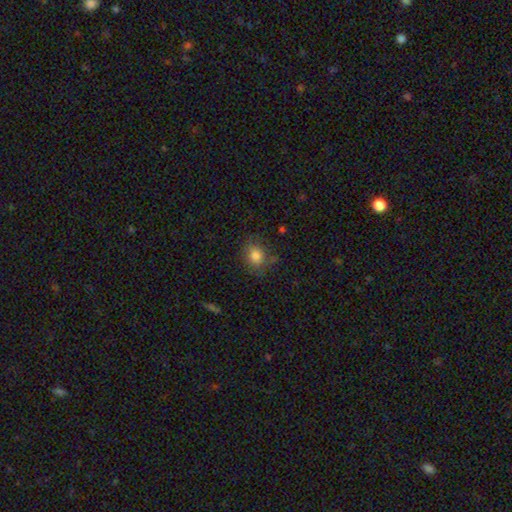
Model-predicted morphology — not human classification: Smooth or featured: smooth — 81% (star or artifact — 11%)
How rounded: round — 63% (in between — 36%)
Merging: none — 72% (minor disturbance — 19%)